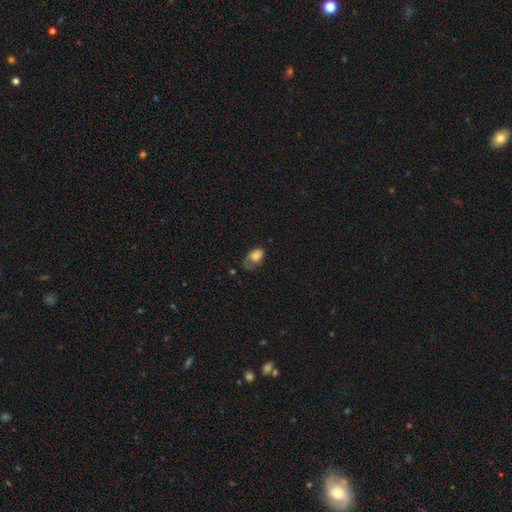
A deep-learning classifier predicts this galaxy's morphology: smooth_or_featured: smooth (p=0.73) [alt: featured or disk p=0.18]
how_rounded: in between (p=0.87) [alt: round p=0.12]
merging: major disturbance (p=0.34) [alt: minor disturbance p=0.33]